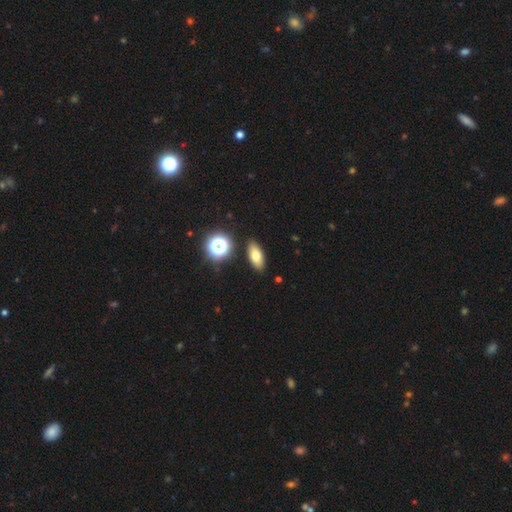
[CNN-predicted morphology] A smooth galaxy with no disk features (71%) that is in between round and cigar-shaped (77%).

Vote fractions:
- Smooth or featured? smooth: 71% / featured or disk: 17% / star or artifact: 12%
- How rounded? in between: 77% / cigar-shaped: 13% / round: 9%
- Merging? none: 88% / minor disturbance: 7% / merger: 2% / major disturbance: 2%